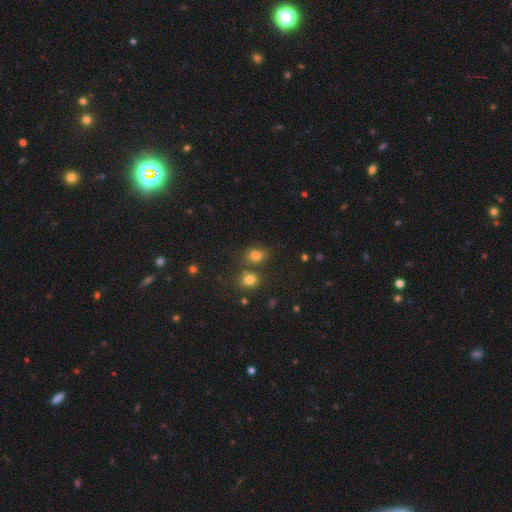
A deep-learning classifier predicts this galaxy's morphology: Smooth or featured? smooth (77%)
How rounded? round (51%)
Merging? none (63%)